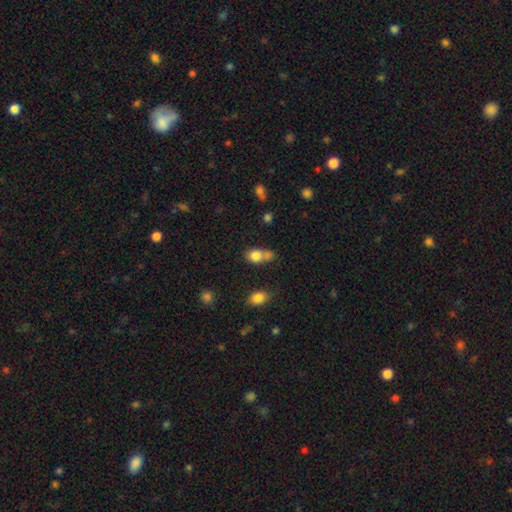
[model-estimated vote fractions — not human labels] Smooth or featured?
  - smooth: 78% *
  - featured or disk: 12%
  - star or artifact: 11%
How rounded?
  - in between: 57% *
  - round: 40%
  - cigar-shaped: 3%
Merging?
  - merger: 41% *
  - none: 32%
  - minor disturbance: 18%
  - major disturbance: 9%